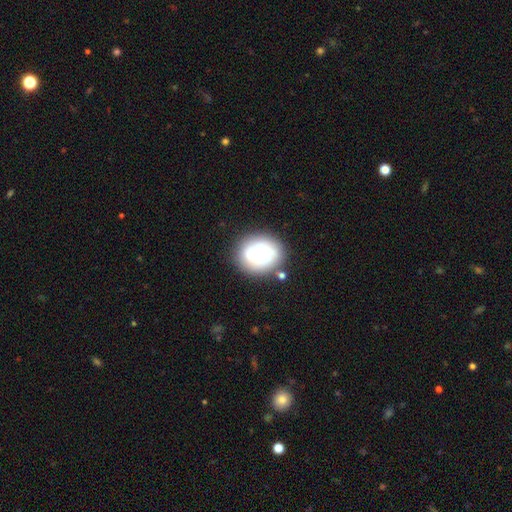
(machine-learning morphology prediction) Q: Smooth or featured?
A: smooth (52%); runner-up: featured or disk (40%)
Q: How rounded?
A: round (67%); runner-up: in between (32%)
Q: Merging?
A: none (56%); runner-up: minor disturbance (22%)